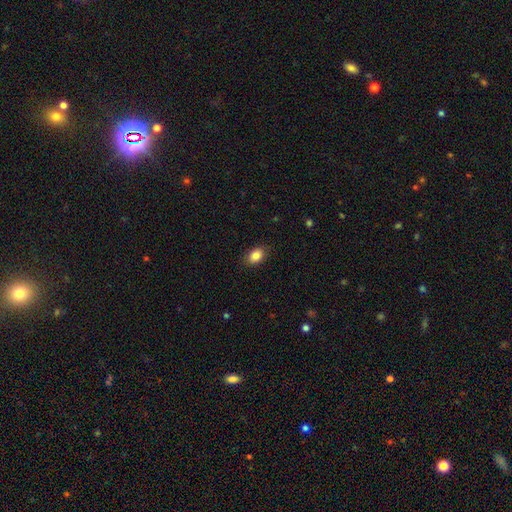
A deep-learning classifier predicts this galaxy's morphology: type=smooth (85%); roundness=in between (80%); merging=none (86%).